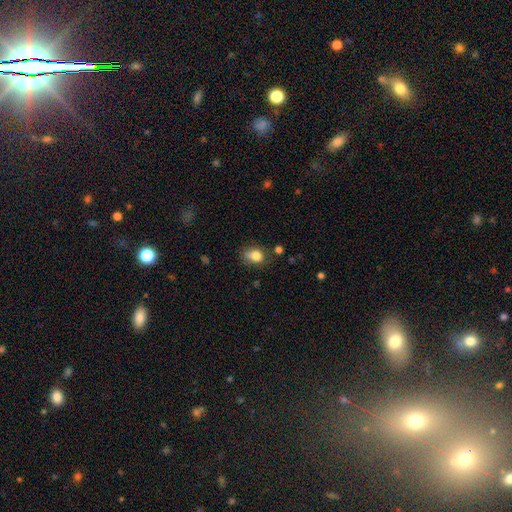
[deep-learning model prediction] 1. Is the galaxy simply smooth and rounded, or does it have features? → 81% smooth, 10% star or artifact, 9% featured or disk.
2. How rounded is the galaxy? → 60% in between, 39% round, 1% cigar-shaped.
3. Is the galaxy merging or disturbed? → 62% none, 26% minor disturbance, 8% major disturbance, 5% merger.